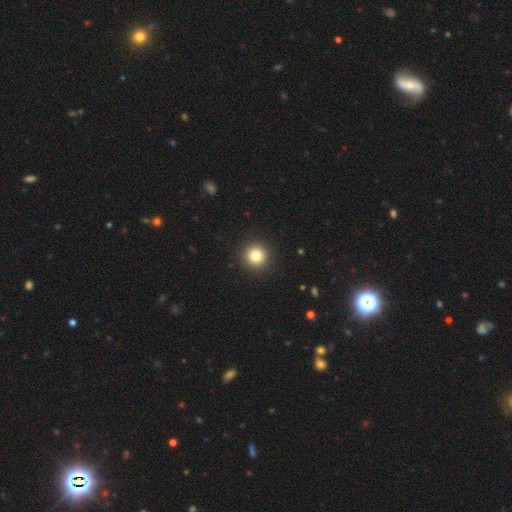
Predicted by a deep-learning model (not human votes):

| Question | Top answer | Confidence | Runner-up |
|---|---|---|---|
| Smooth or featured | smooth | 83% | star or artifact (11%) |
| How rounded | round | 95% | in between (4%) |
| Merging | none | 92% | minor disturbance (5%) |